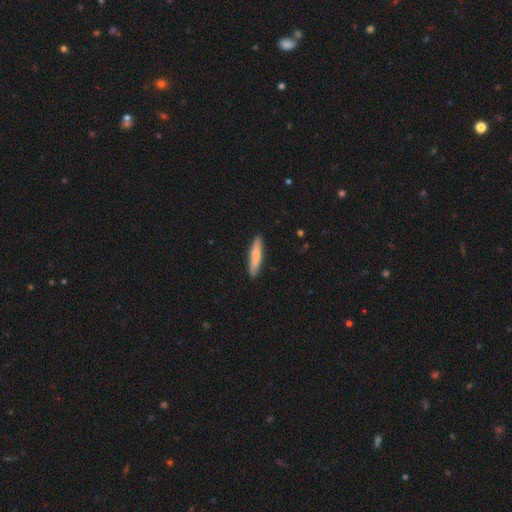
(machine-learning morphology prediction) smooth_or_featured: smooth (p=0.77) [alt: featured or disk p=0.18]
how_rounded: cigar-shaped (p=0.87) [alt: in between p=0.12]
merging: none (p=0.89) [alt: minor disturbance p=0.09]